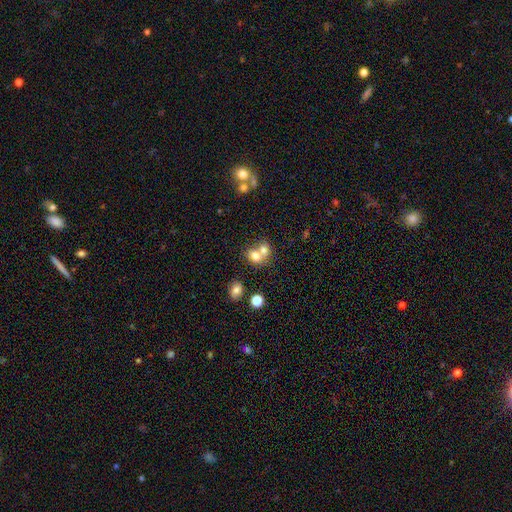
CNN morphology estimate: Overall: smooth (74%). How rounded: round (53%; in between 46%). Merging: merger (63%; none 27%).